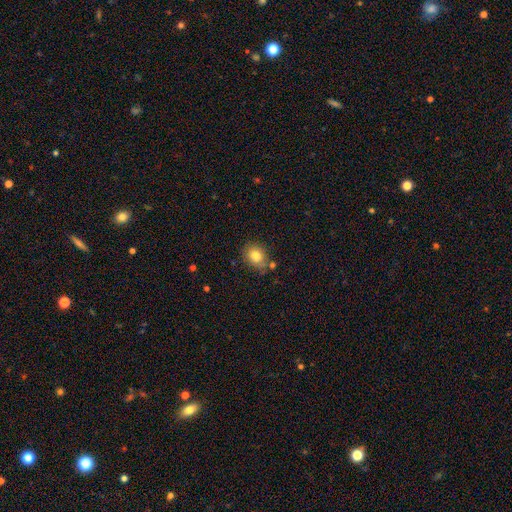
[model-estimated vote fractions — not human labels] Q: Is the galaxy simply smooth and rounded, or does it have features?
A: smooth — 80%.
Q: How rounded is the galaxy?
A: round — 55%.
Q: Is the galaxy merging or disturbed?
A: none — 73%.